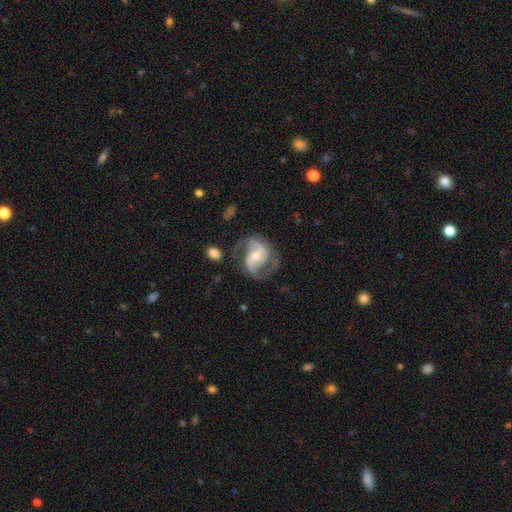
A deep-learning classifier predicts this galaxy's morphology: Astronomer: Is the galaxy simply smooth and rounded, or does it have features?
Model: featured or disk — 87%.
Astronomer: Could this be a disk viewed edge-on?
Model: no — 97%.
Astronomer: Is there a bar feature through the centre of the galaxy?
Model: weak — 38% (runner-up: no, 36%).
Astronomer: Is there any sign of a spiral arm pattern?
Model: yes — 95%.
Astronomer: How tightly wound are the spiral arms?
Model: medium — 53%.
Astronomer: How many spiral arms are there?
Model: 2 — 88%.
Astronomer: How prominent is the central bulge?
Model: moderate — 60%.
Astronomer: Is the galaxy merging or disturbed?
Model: none — 67%.